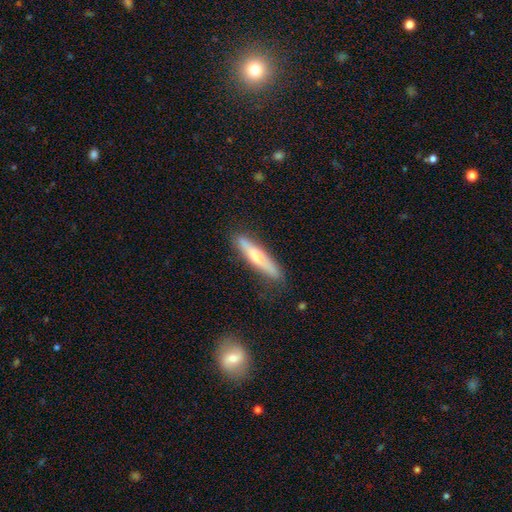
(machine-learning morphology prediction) Overall: smooth (54%; featured or disk 40%). How rounded: cigar-shaped (89%). Merging: none (83%).